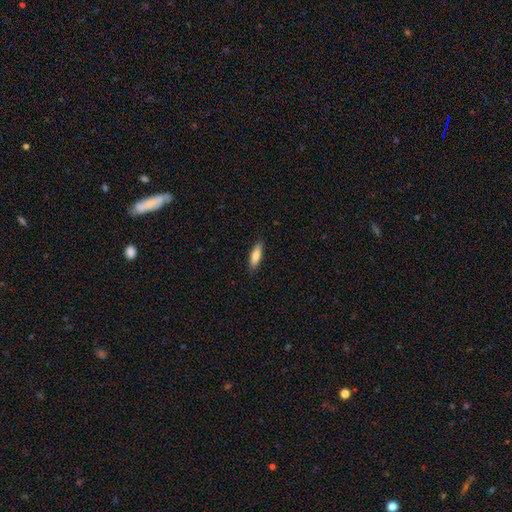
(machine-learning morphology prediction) type=smooth (77%); roundness=cigar-shaped (53%); merging=none (87%).